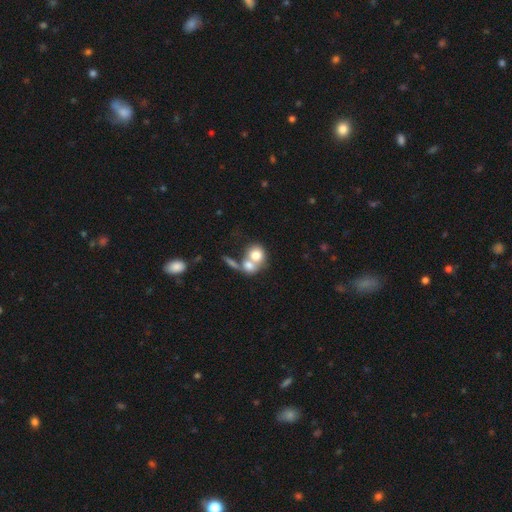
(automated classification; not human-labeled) Smooth or featured: smooth — 73% (featured or disk — 19%)
How rounded: round — 67% (in between — 31%)
Merging: merger — 65% (none — 23%)